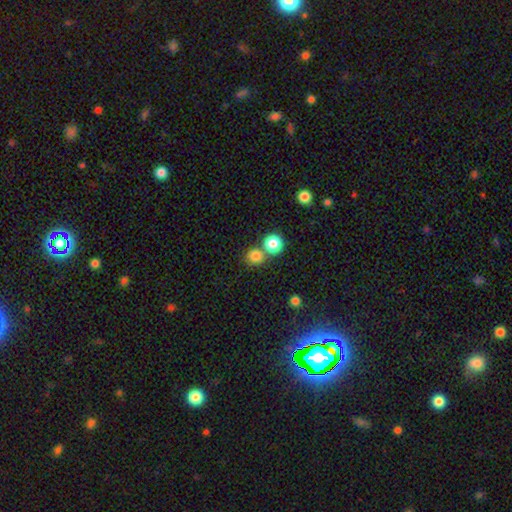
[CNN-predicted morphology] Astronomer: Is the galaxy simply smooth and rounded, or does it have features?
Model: smooth — 80%.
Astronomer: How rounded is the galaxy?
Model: round — 86%.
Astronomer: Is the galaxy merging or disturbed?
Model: none — 60%.